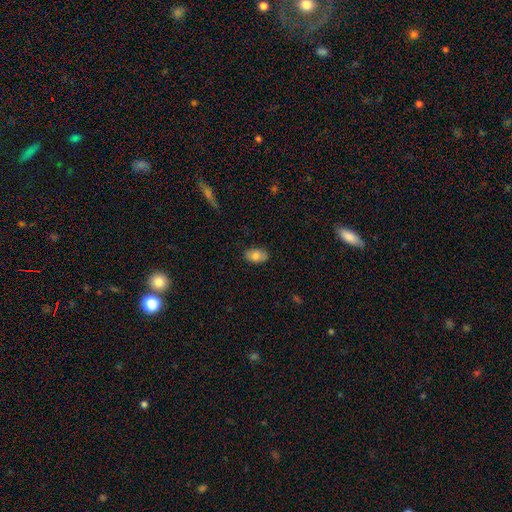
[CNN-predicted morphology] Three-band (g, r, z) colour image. It shows a smooth galaxy with no disk features (79%) that is in between round and cigar-shaped (92%). Merging: none (86%).